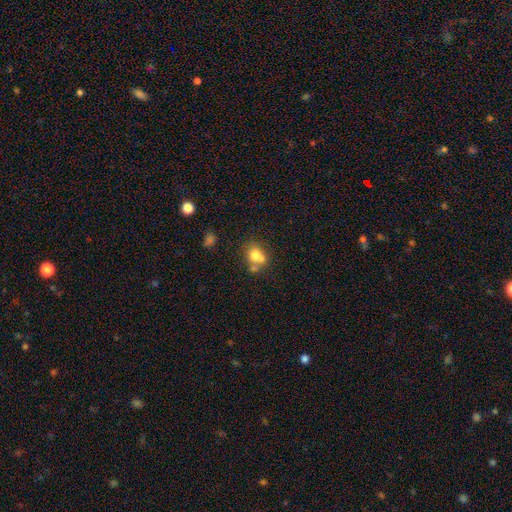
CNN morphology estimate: Smooth or featured?
  - smooth: 72% *
  - featured or disk: 16%
  - star or artifact: 11%
How rounded?
  - round: 55% *
  - in between: 44%
  - cigar-shaped: 1%
Merging?
  - merger: 41% *
  - none: 38%
  - minor disturbance: 14%
  - major disturbance: 7%